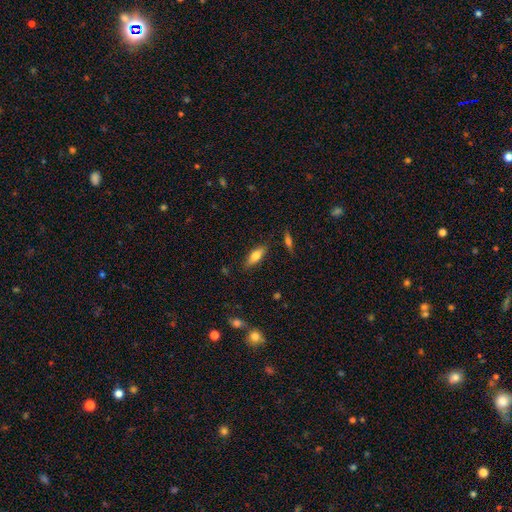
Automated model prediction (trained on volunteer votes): Smooth or featured? Predicted: smooth (p=0.71). How rounded? Predicted: in between (p=0.68). Merging? Predicted: none (p=0.83).